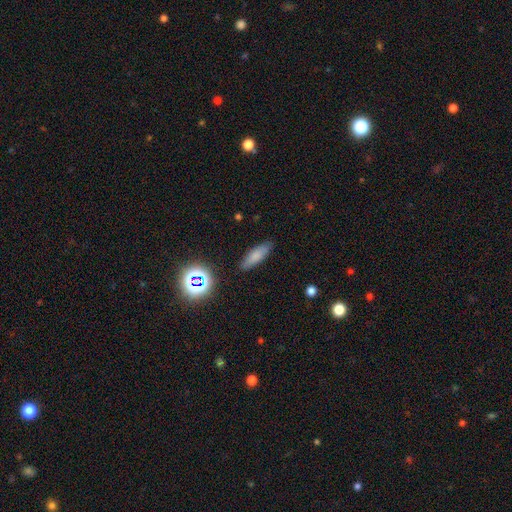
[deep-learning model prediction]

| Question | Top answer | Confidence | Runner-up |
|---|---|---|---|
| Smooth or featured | smooth | 75% | featured or disk (13%) |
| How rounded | in between | 49% | cigar-shaped (48%) |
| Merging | none | 84% | minor disturbance (11%) |